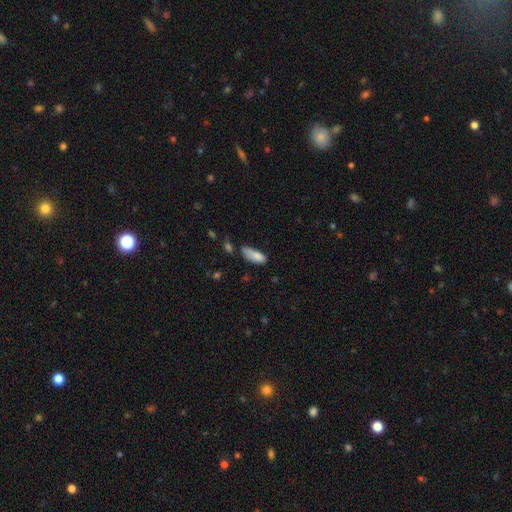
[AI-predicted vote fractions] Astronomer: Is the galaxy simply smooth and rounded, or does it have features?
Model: smooth — 81%.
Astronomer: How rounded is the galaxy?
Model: in between — 73%.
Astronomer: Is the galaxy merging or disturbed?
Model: none — 40% (runner-up: minor disturbance, 37%).